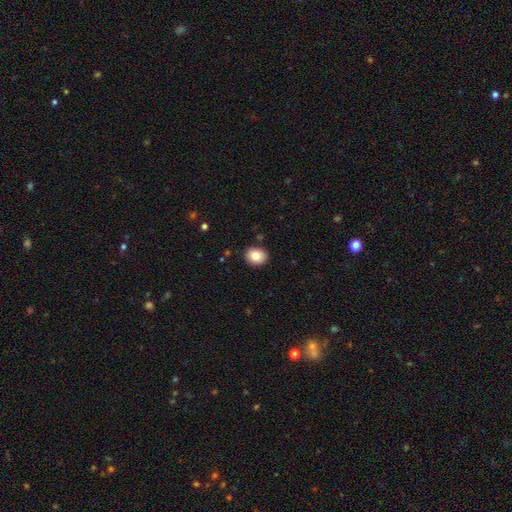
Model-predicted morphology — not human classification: Smooth or featured? Predicted: smooth (p=0.81). How rounded? Predicted: round (p=0.56). Merging? Predicted: none (p=0.90).